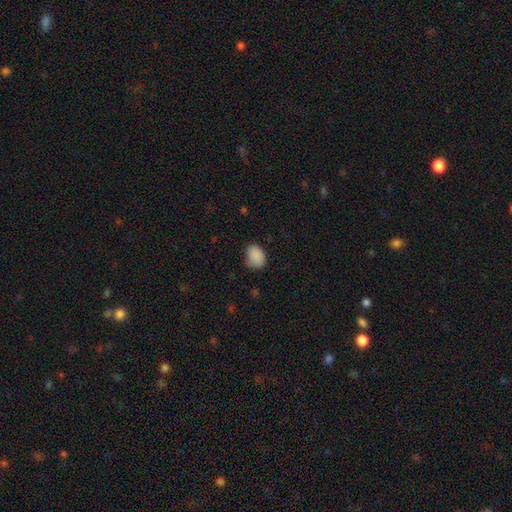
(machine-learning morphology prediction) type=smooth (87%); roundness=in between (66%); merging=none (65%).